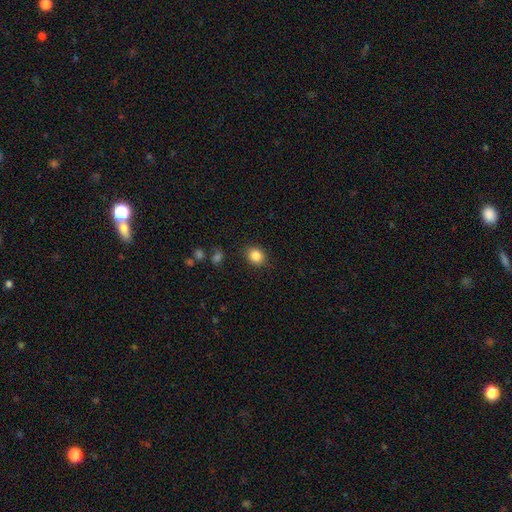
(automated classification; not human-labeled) Morphology: type=smooth (85%); roundness=round (62%); merging=none (87%).